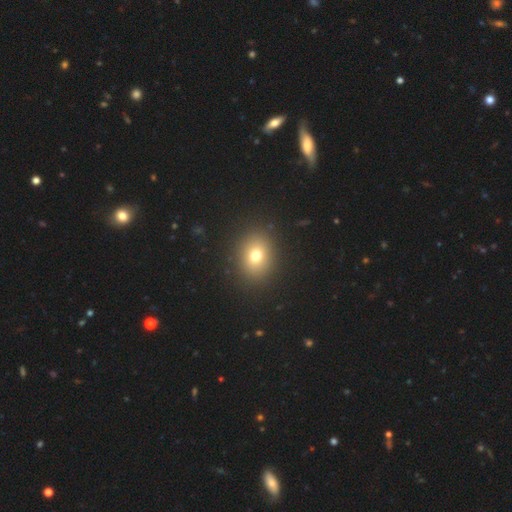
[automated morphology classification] This appears to be a smooth galaxy with no disk features (73%) that is round (60%). Merging: none (90%).